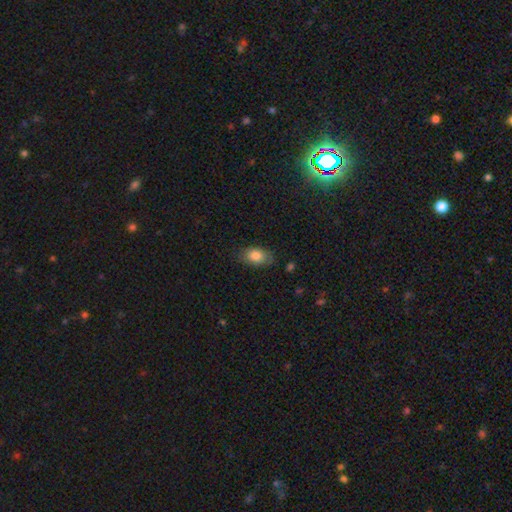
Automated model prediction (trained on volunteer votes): Q: Smooth or featured?
A: smooth (83%); runner-up: featured or disk (9%)
Q: How rounded?
A: in between (87%); runner-up: round (12%)
Q: Merging?
A: none (77%); runner-up: minor disturbance (18%)